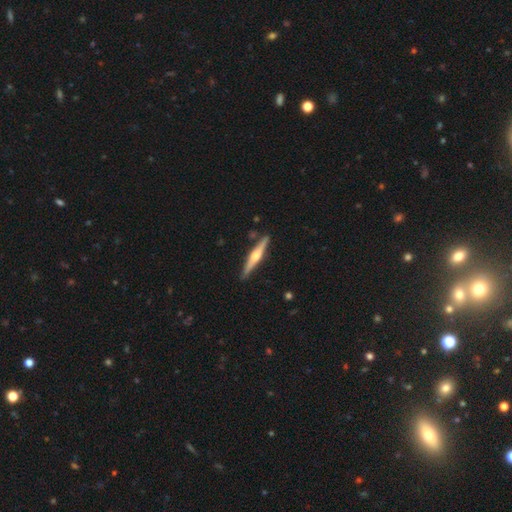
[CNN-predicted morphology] smooth-or-featured: featured or disk: 71% | smooth: 25% | star or artifact: 5%
  disk-edge-on: yes: 98% | no: 2%
    edge-on-bulge: rounded: 92% | boxy: 4% | none: 4%
  merging: none: 88% | minor disturbance: 8% | merger: 2% | major disturbance: 2%